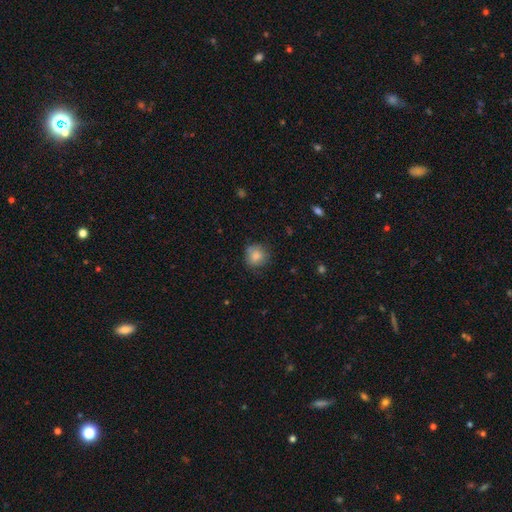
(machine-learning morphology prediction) smooth_or_featured: smooth (p=0.81) [alt: featured or disk p=0.10]
how_rounded: round (p=0.82) [alt: in between p=0.17]
merging: none (p=0.72) [alt: minor disturbance p=0.20]